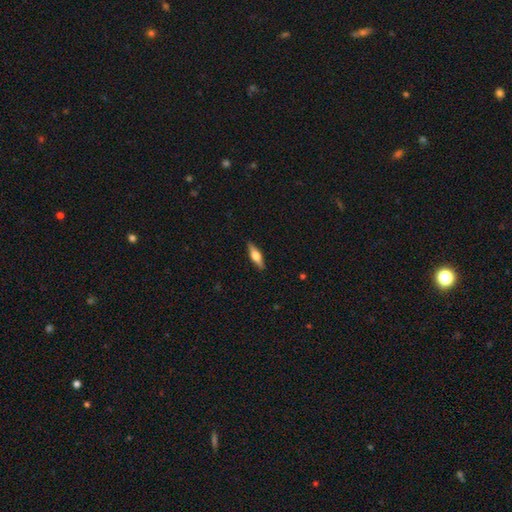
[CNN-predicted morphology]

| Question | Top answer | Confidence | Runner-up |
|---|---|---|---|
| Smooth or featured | featured or disk | 48% | smooth (45%) |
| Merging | none | 89% | minor disturbance (8%) |